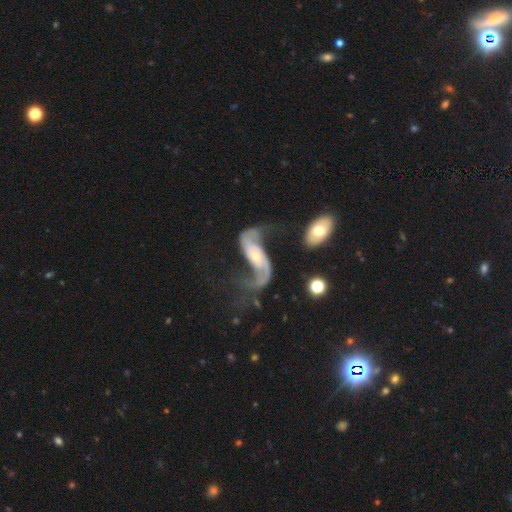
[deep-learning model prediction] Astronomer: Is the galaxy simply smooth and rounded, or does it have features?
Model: featured or disk — 88%.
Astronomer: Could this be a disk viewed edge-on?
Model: no — 95%.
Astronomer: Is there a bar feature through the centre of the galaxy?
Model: no — 48% (runner-up: weak, 32%).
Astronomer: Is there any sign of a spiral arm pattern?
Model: yes — 95%.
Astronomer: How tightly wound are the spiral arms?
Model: loose — 79%.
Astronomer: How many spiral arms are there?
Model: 2 — 91%.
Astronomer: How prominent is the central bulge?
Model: small — 53% (runner-up: moderate, 40%).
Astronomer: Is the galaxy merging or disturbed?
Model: none — 43% (runner-up: major disturbance, 31%).